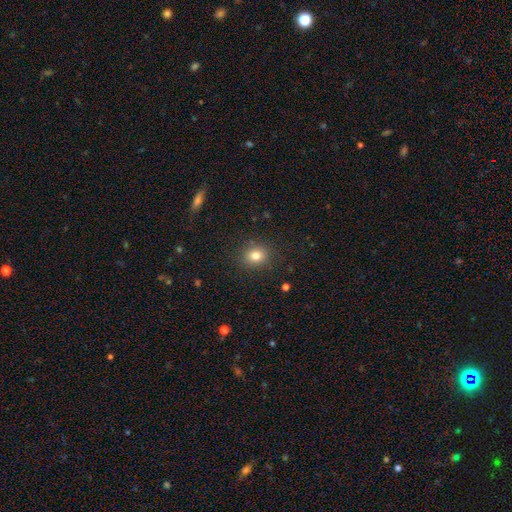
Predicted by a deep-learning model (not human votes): Q: Smooth or featured?
A: smooth (81%); runner-up: star or artifact (12%)
Q: How rounded?
A: round (69%); runner-up: in between (30%)
Q: Merging?
A: none (87%); runner-up: minor disturbance (8%)